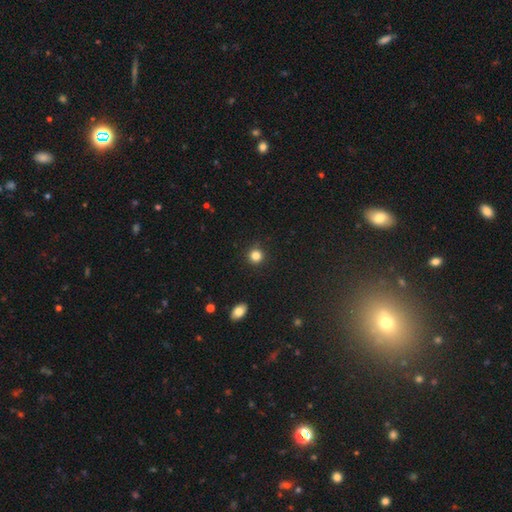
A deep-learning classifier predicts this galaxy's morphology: Smooth or featured? Predicted: smooth (p=0.84). How rounded? Predicted: round (p=0.93). Merging? Predicted: none (p=0.91).